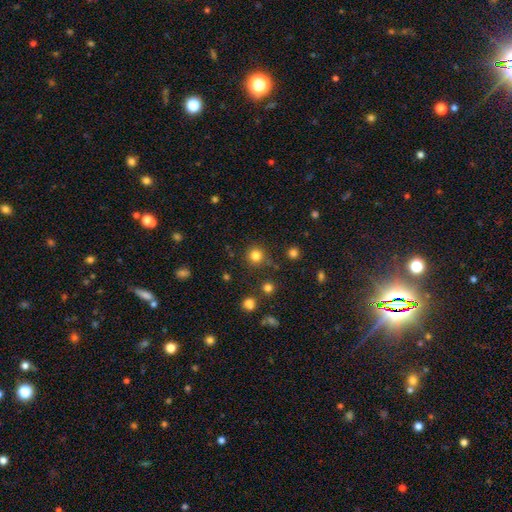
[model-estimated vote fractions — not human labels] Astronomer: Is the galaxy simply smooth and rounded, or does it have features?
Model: smooth — 80%.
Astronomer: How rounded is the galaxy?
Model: round — 94%.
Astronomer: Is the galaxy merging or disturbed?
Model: none — 85%.